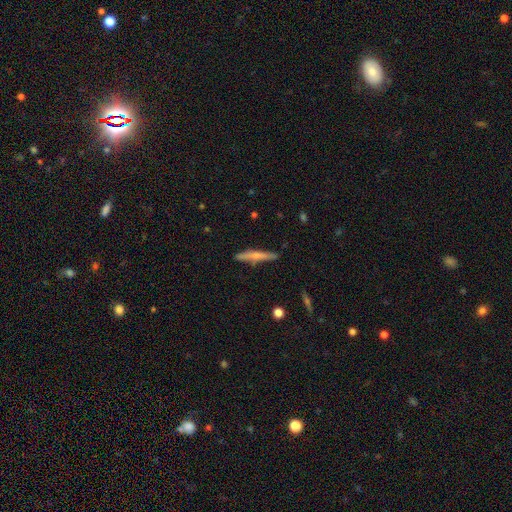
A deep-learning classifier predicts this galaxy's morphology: The model was most divided on "smooth or featured": smooth: 53%, featured or disk: 41%, star or artifact: 6%. More confident: how rounded — cigar-shaped (94%); merging — none (84%).